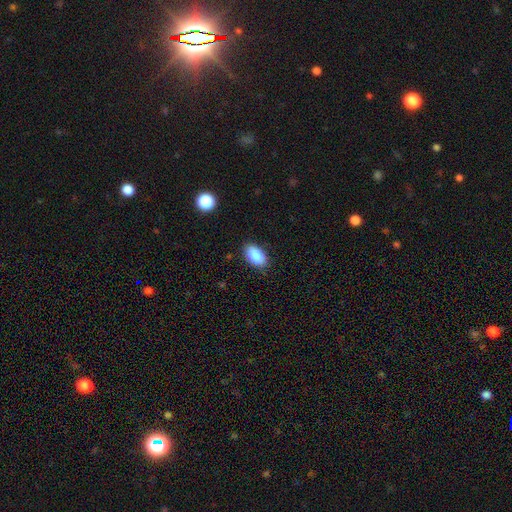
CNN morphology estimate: smooth-or-featured: smooth: 88% | star or artifact: 7% | featured or disk: 5%
  how-rounded: in between: 93% | round: 5% | cigar-shaped: 2%
  merging: none: 85% | minor disturbance: 11% | major disturbance: 2% | merger: 1%